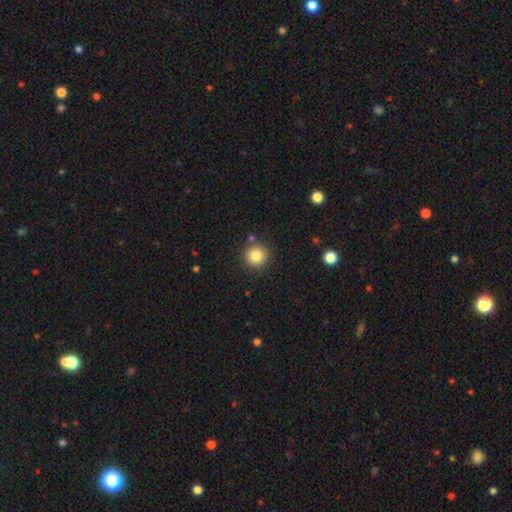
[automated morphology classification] A smooth galaxy with no disk features (83%) that is round (93%).

Vote fractions:
- Smooth or featured? smooth: 83% / star or artifact: 11% / featured or disk: 7%
- How rounded? round: 93% / in between: 6% / cigar-shaped: 1%
- Merging? none: 86% / minor disturbance: 8% / merger: 4% / major disturbance: 2%